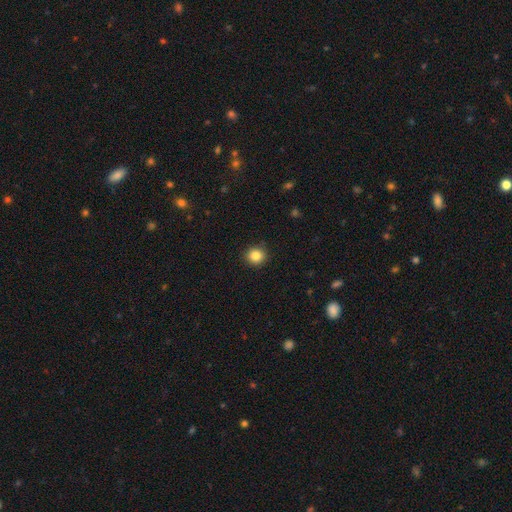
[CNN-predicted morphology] smooth-or-featured: smooth: 84% | star or artifact: 11% | featured or disk: 5%
  how-rounded: round: 91% | in between: 8% | cigar-shaped: 1%
  merging: none: 91% | minor disturbance: 6% | major disturbance: 2% | merger: 1%